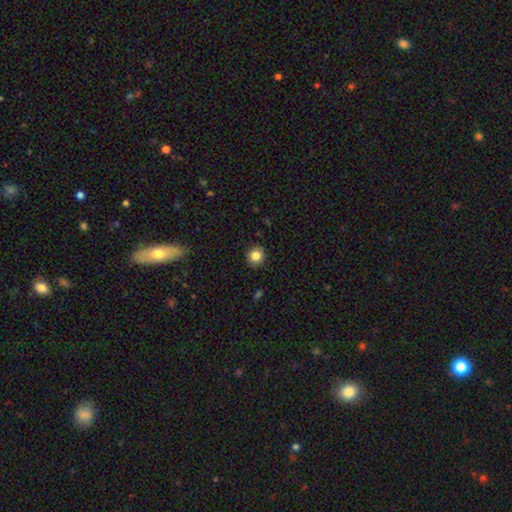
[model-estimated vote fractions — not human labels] Smooth or featured? smooth (84%)
How rounded? round (91%)
Merging? none (90%)